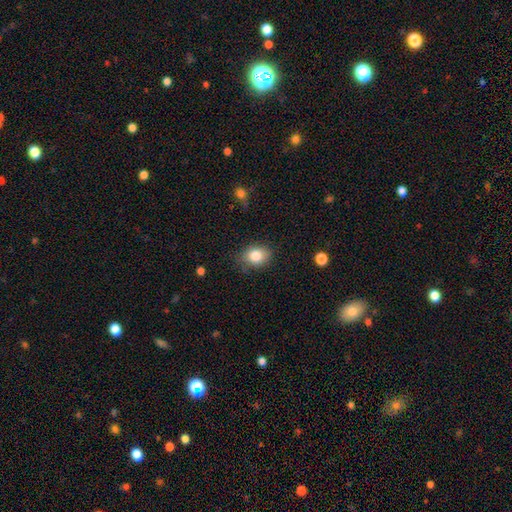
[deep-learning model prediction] smooth-or-featured: smooth: 83% | star or artifact: 9% | featured or disk: 8%
  how-rounded: in between: 59% | round: 40% | cigar-shaped: 1%
  merging: none: 76% | minor disturbance: 18% | major disturbance: 4% | merger: 1%